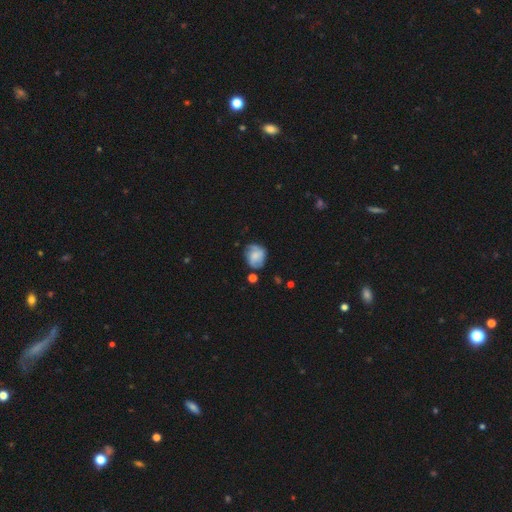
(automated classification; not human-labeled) This appears to be a smooth galaxy with no disk features (50%) that is round (62%). Merging: none (60%).